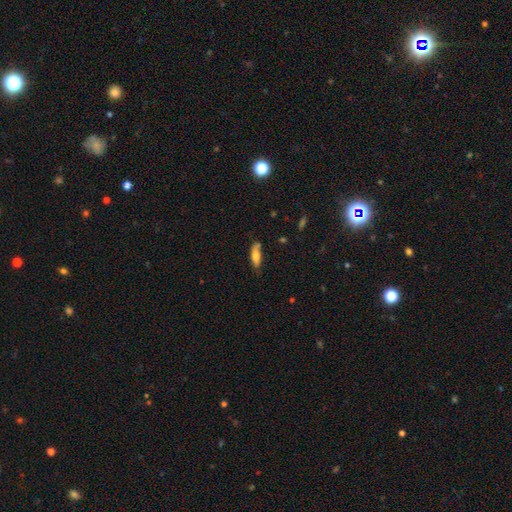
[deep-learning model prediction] Morphology: type=smooth (72%); roundness=in between (62%); merging=none (67%).